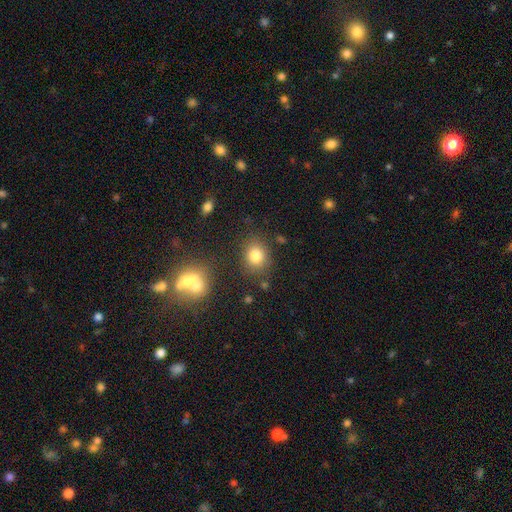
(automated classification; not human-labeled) Smooth or featured? smooth (81%)
How rounded? round (67%)
Merging? none (80%)